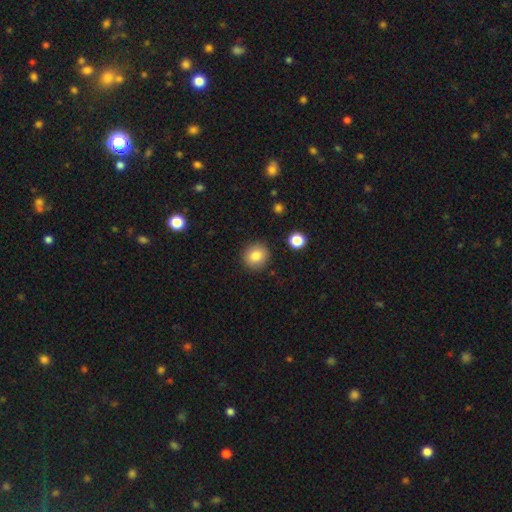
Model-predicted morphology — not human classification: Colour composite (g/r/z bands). It shows a smooth galaxy with no disk features (84%) that is round (89%). Merging: none (89%).